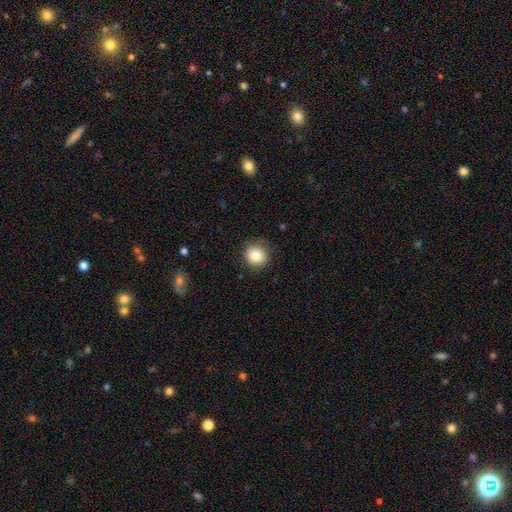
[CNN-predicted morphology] smooth_or_featured: smooth (p=0.84) [alt: star or artifact p=0.10]
how_rounded: round (p=0.92) [alt: in between p=0.07]
merging: none (p=0.86) [alt: minor disturbance p=0.10]